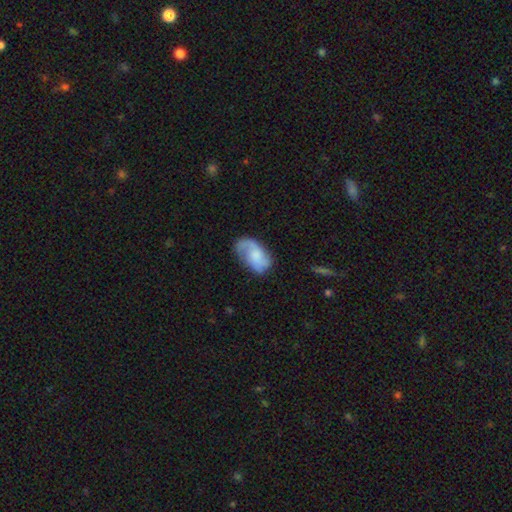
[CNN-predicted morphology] Overall: featured or disk (58%; smooth 35%). Edge-on disk: no (96%). Bar: no (65%; weak 30%). Spiral arms: yes (89%). Bulge size: none (31%; moderate 29%). Merging: none (59%; minor disturbance 25%).